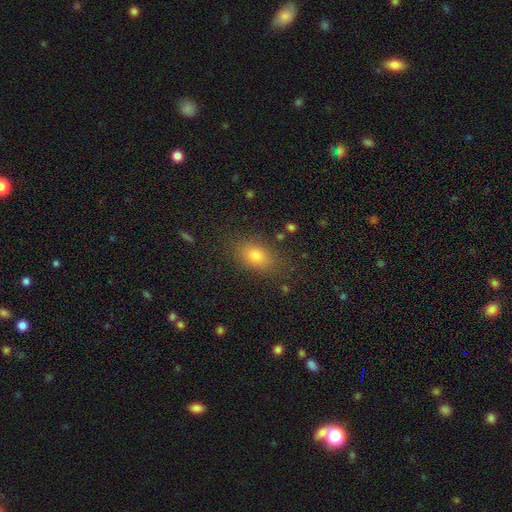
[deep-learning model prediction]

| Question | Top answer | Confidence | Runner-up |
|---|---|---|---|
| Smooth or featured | smooth | 78% | star or artifact (12%) |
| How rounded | in between | 80% | round (16%) |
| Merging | none | 82% | minor disturbance (12%) |